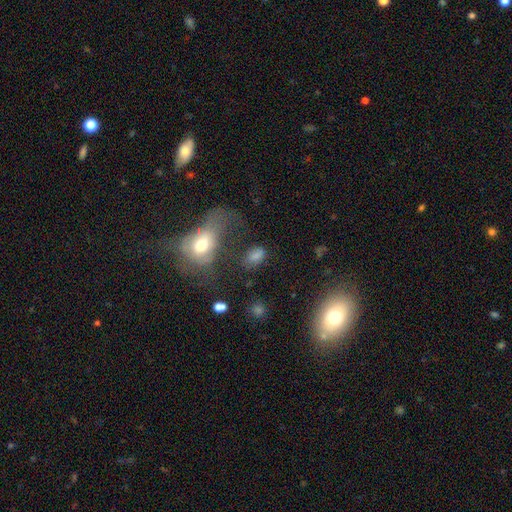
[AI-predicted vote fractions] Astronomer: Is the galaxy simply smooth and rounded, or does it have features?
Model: smooth — 71%.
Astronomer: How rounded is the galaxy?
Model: in between — 83%.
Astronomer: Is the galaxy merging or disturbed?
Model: none — 49%.